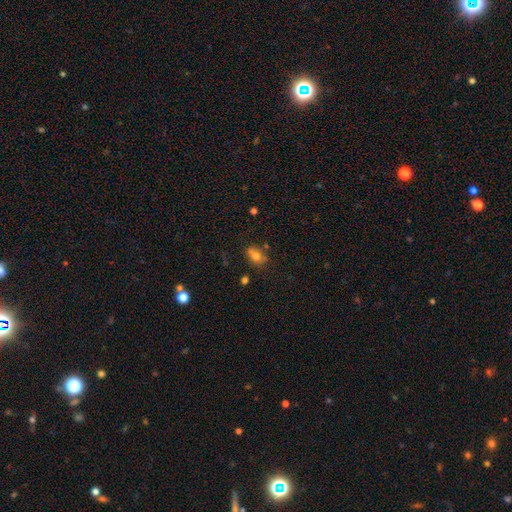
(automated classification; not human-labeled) Morphology: type=smooth (71%); roundness=in between (61%); merging=none (61%).